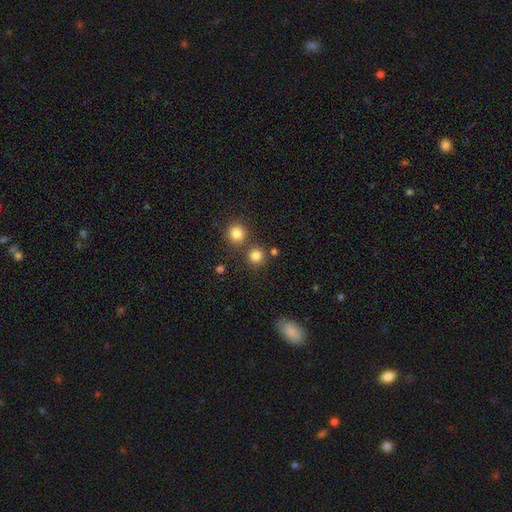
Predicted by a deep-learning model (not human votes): Smooth or featured: smooth — 81% (star or artifact — 14%)
How rounded: round — 92% (in between — 7%)
Merging: none — 76% (merger — 14%)